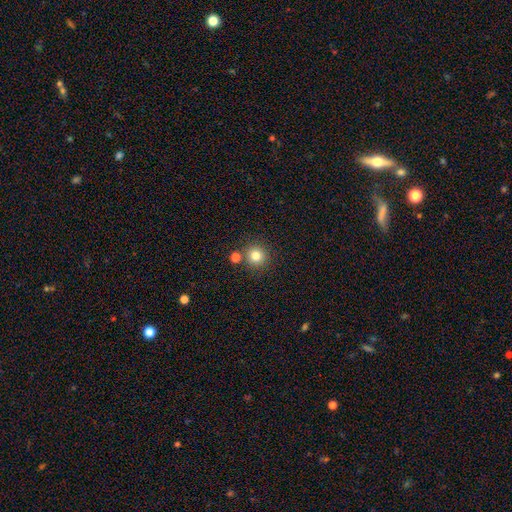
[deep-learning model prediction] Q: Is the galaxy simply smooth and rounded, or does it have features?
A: smooth — 81%.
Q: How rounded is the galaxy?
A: round — 94%.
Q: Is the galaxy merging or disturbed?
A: none — 81%.